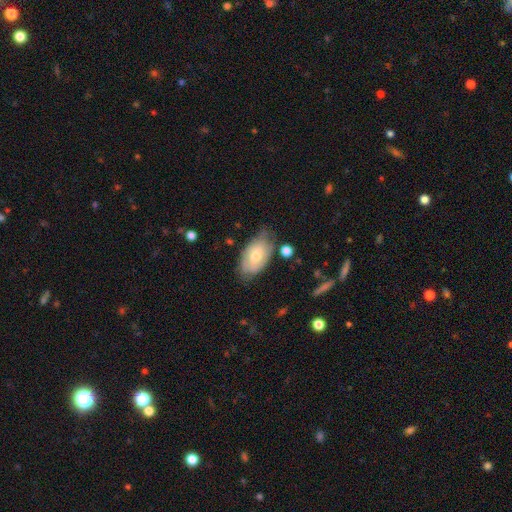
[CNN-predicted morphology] The model was most divided on "smooth or featured": smooth: 49%, featured or disk: 44%, star or artifact: 7%. More confident: merging — none (63%).